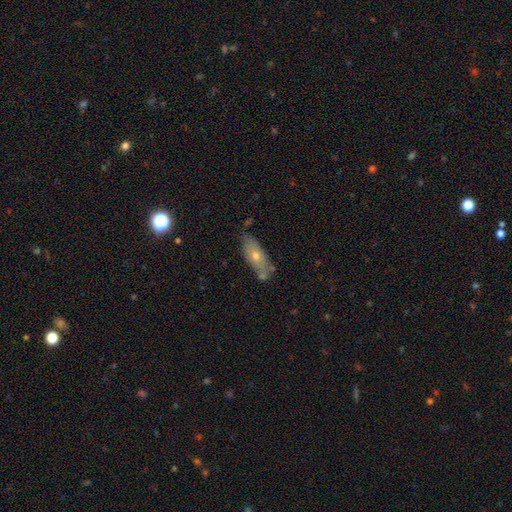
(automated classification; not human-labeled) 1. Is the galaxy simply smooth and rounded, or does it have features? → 53% smooth, 38% featured or disk, 9% star or artifact.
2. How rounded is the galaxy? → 60% in between, 37% cigar-shaped, 4% round.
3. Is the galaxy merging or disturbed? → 68% none, 19% minor disturbance, 9% merger, 4% major disturbance.